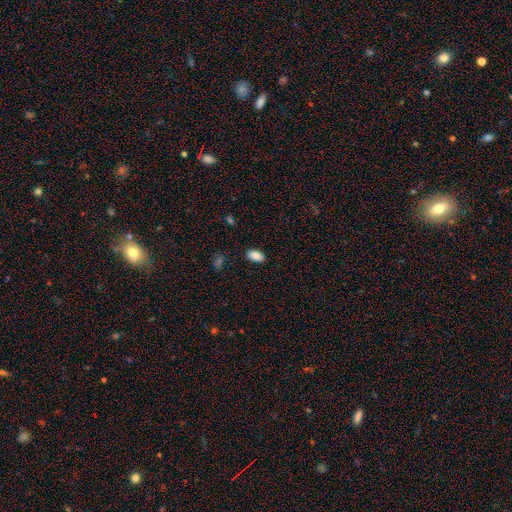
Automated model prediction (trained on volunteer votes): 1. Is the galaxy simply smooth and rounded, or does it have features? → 86% smooth, 7% star or artifact, 6% featured or disk.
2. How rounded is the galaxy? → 94% in between, 4% round, 3% cigar-shaped.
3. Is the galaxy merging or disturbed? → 88% none, 9% minor disturbance, 2% major disturbance, 1% merger.